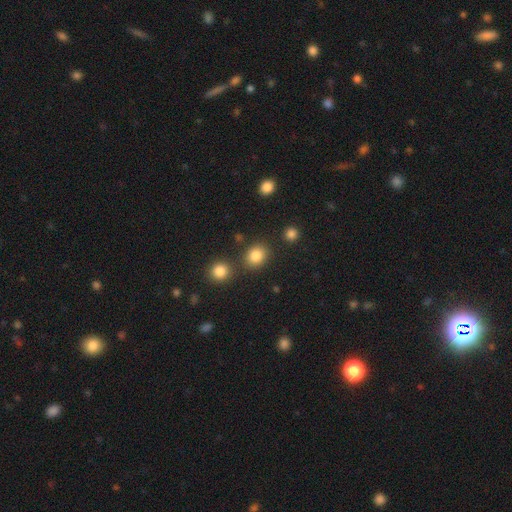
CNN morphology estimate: Smooth or featured: smooth — 84% (star or artifact — 11%)
How rounded: round — 68% (in between — 31%)
Merging: none — 78% (minor disturbance — 10%)